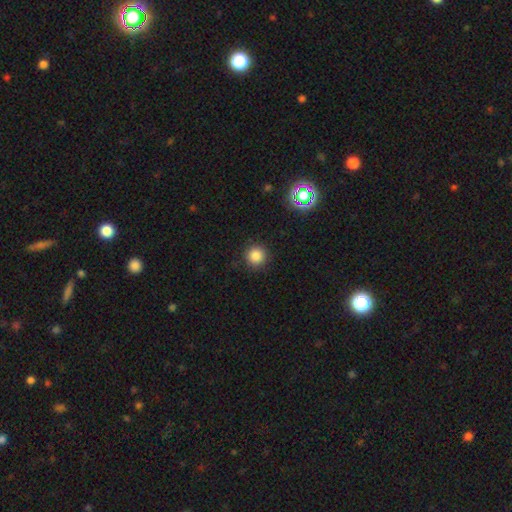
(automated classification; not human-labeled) This is clearly a smooth galaxy (83%). How rounded: clearly round (95%). Merging: clearly none (91%).